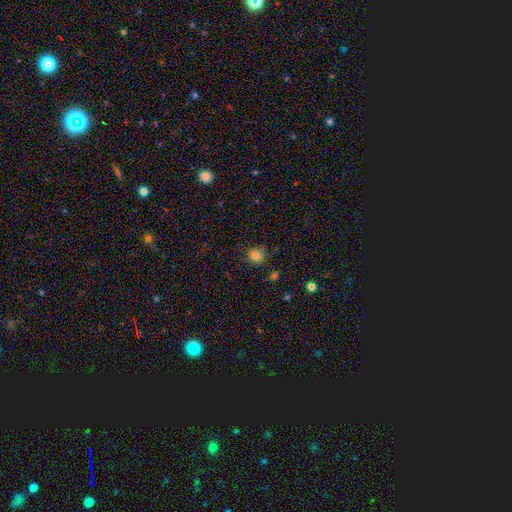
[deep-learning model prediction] Smooth or featured?
  - smooth: 80% *
  - star or artifact: 14%
  - featured or disk: 6%
How rounded?
  - round: 82% *
  - in between: 17%
  - cigar-shaped: 1%
Merging?
  - none: 77% *
  - minor disturbance: 16%
  - major disturbance: 4%
  - merger: 3%